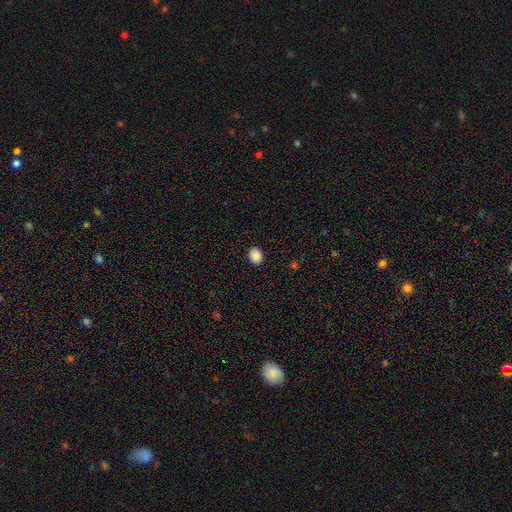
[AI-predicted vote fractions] smooth_or_featured: smooth (p=0.88) [alt: star or artifact p=0.09]
how_rounded: in between (p=0.59) [alt: round p=0.40]
merging: none (p=0.88) [alt: minor disturbance p=0.09]